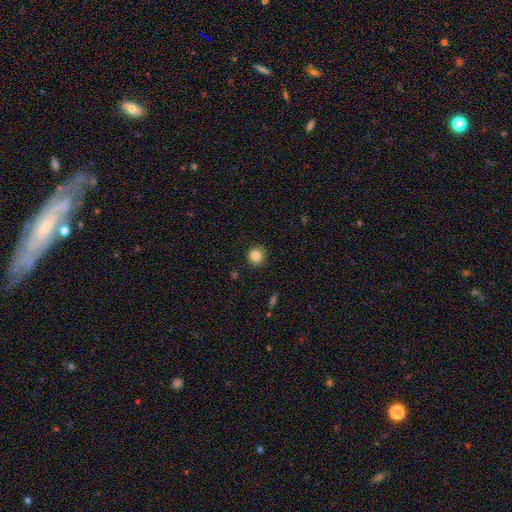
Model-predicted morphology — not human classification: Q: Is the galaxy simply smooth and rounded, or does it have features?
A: smooth — 85%.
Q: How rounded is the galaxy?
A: round — 90%.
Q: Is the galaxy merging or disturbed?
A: none — 88%.